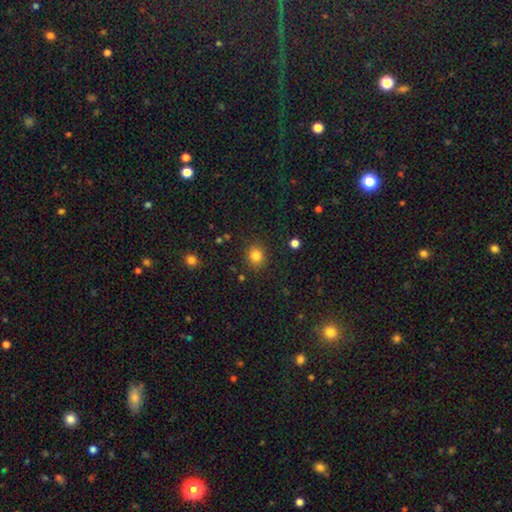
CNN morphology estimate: smooth-or-featured: smooth: 83% | star or artifact: 12% | featured or disk: 5%
  how-rounded: round: 84% | in between: 15% | cigar-shaped: 1%
  merging: none: 87% | minor disturbance: 8% | major disturbance: 3% | merger: 2%